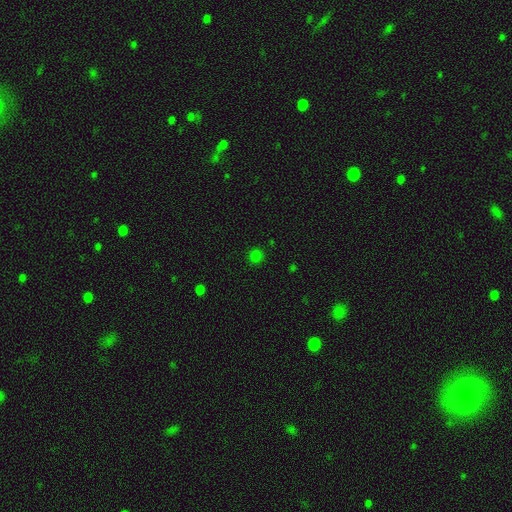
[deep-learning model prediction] The model was most divided on "smooth or featured": smooth: 77%, star or artifact: 19%, featured or disk: 4%. More confident: how rounded — round (90%); merging — none (90%).